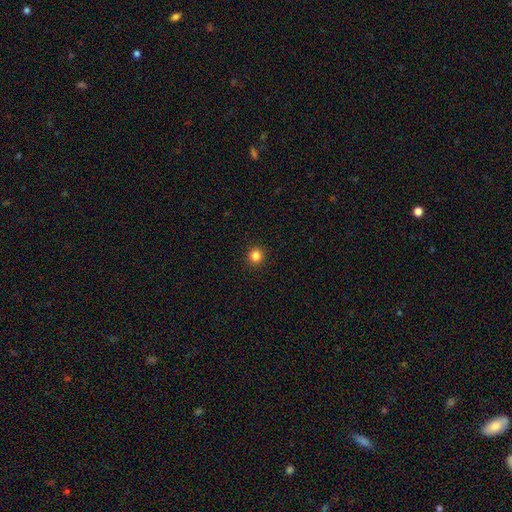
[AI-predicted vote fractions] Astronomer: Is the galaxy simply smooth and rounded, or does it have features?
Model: smooth — 84%.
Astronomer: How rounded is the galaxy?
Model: round — 93%.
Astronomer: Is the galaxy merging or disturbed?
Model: none — 93%.